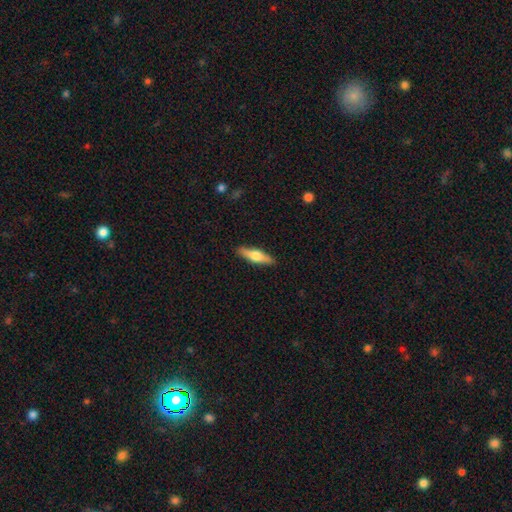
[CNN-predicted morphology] smooth_or_featured: smooth (p=0.49) [alt: featured or disk p=0.46]
merging: none (p=0.90) [alt: minor disturbance p=0.08]